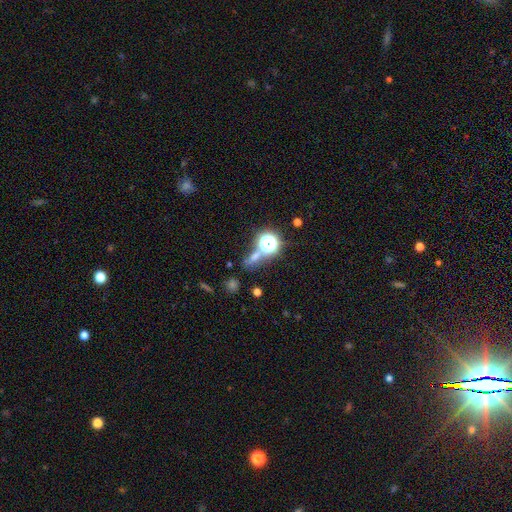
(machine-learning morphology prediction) Smooth or featured?
  - star or artifact: 55% *
  - smooth: 34%
  - featured or disk: 11%